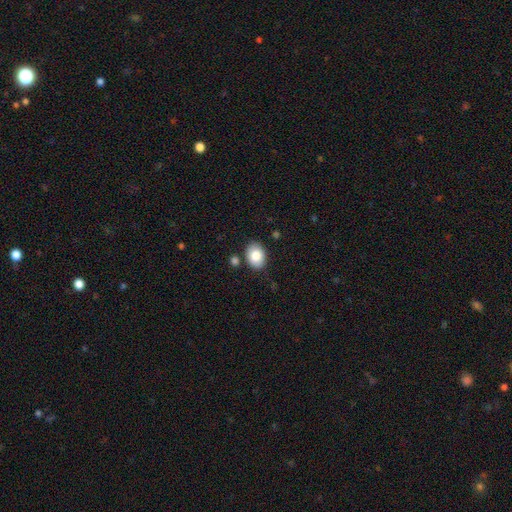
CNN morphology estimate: smooth_or_featured: smooth (p=0.82) [alt: featured or disk p=0.11]
how_rounded: in between (p=0.73) [alt: round p=0.26]
merging: none (p=0.82) [alt: minor disturbance p=0.11]